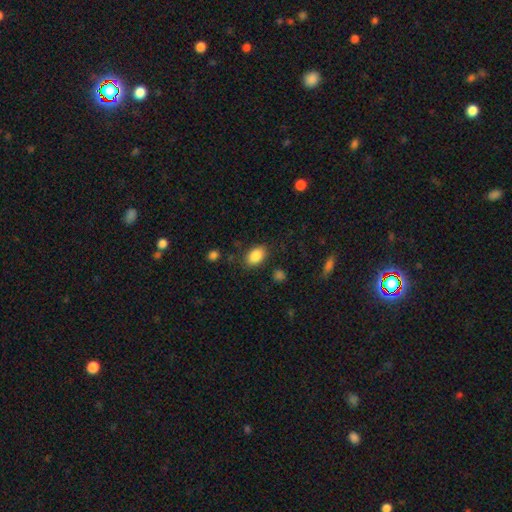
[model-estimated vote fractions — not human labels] The model was most divided on "merging": none: 81%, minor disturbance: 13%, major disturbance: 4%, merger: 2%. More confident: how rounded — in between (87%); smooth or featured — smooth (87%).